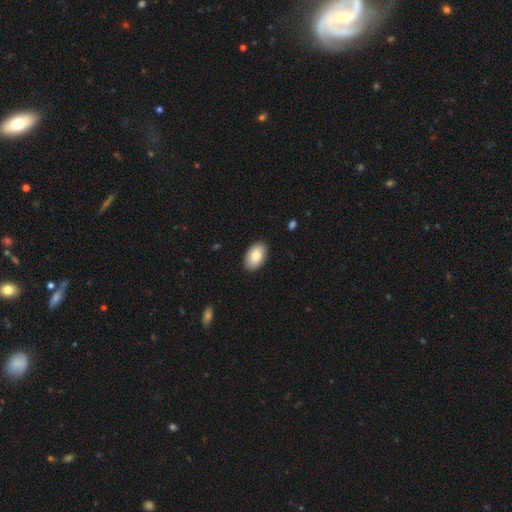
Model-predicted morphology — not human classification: Smooth or featured? smooth (84%)
How rounded? in between (93%)
Merging? none (89%)